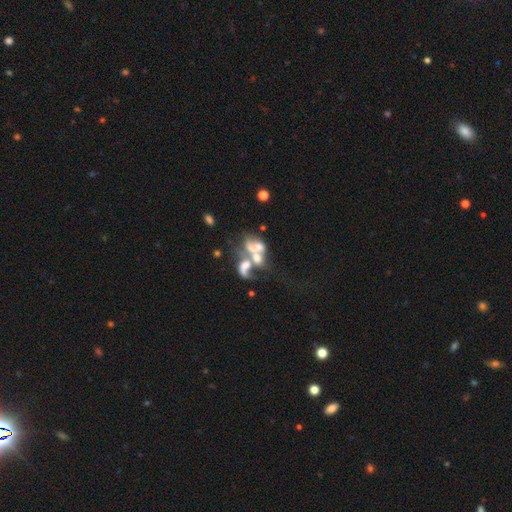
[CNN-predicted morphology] smooth_or_featured: featured or disk (p=0.55) [alt: smooth p=0.23]
disk_edge_on: no (p=0.94) [alt: yes p=0.06]
bar: no (p=0.85) [alt: weak p=0.10]
has_spiral_arms: no (p=0.80) [alt: yes p=0.20]
bulge_size: none (p=0.40) [alt: moderate p=0.26]
merging: merger (p=0.61) [alt: major disturbance p=0.18]